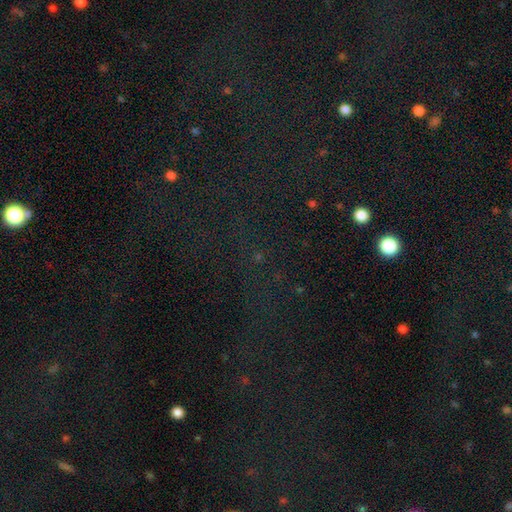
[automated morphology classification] The model was most divided on "smooth or featured": star or artifact: 72%, smooth: 17%, featured or disk: 11%.